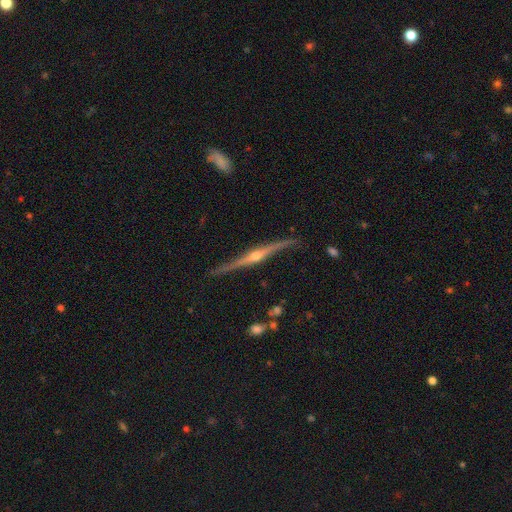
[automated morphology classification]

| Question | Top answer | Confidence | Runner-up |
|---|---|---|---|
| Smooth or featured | featured or disk | 88% | smooth (7%) |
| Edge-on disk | yes | 97% | no (3%) |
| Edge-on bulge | rounded | 93% | none (5%) |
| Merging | none | 85% | minor disturbance (11%) |